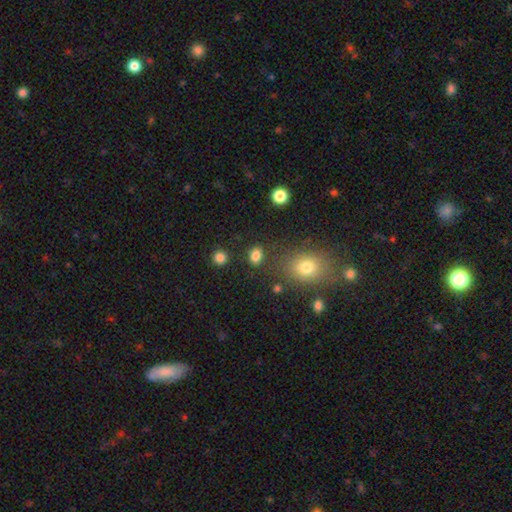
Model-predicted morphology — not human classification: This is clearly a smooth galaxy (83%). How rounded: likely in between (64%). Merging: clearly none (82%).